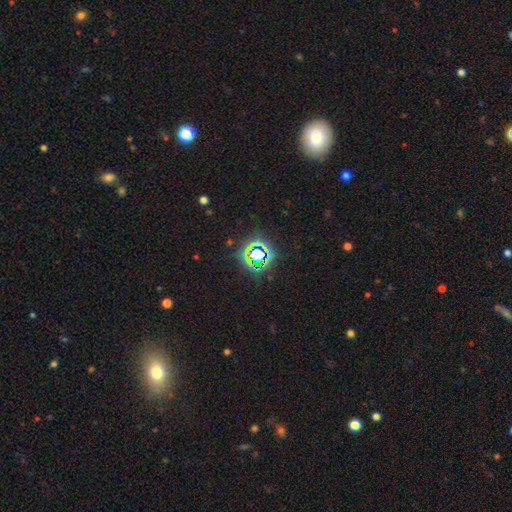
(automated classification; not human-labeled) The model was most divided on "smooth or featured": star or artifact: 69%, smooth: 20%, featured or disk: 11%.